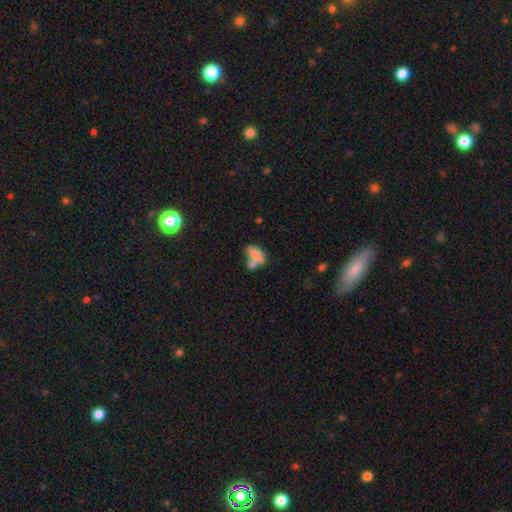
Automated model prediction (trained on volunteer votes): Smooth or featured? smooth (78%)
How rounded? in between (88%)
Merging? merger (44%)